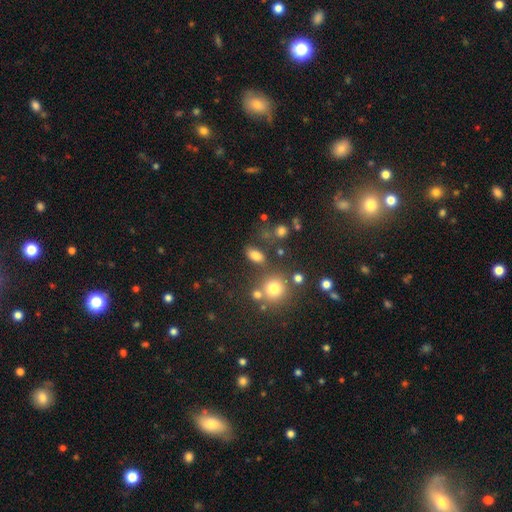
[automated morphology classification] Smooth or featured?
  - smooth: 79% *
  - star or artifact: 14%
  - featured or disk: 7%
How rounded?
  - in between: 81% *
  - round: 15%
  - cigar-shaped: 4%
Merging?
  - none: 72% *
  - minor disturbance: 13%
  - merger: 10%
  - major disturbance: 5%